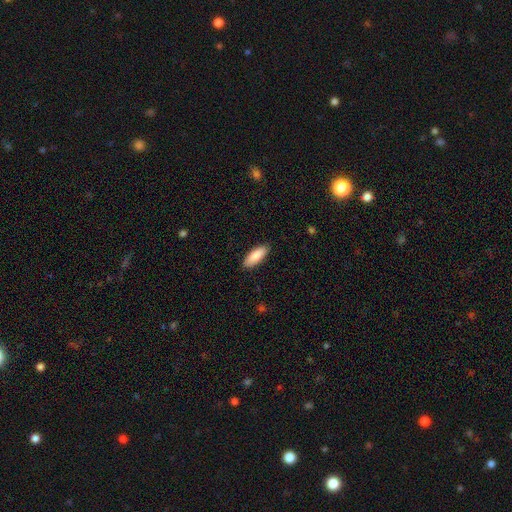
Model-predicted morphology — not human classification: Q: Smooth or featured?
A: smooth (87%); runner-up: featured or disk (7%)
Q: How rounded?
A: in between (71%); runner-up: cigar-shaped (28%)
Q: Merging?
A: none (89%); runner-up: minor disturbance (9%)